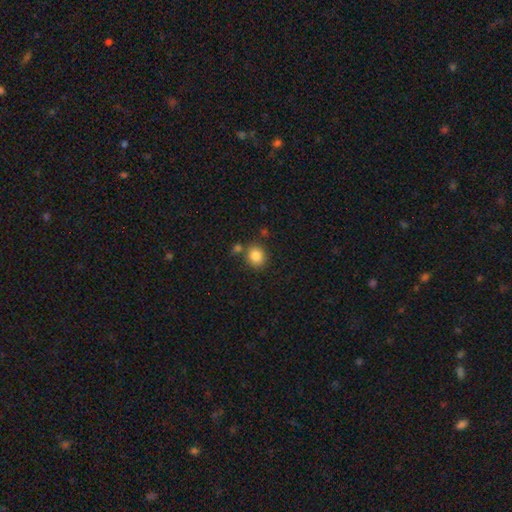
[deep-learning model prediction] smooth-or-featured: smooth: 86% | star or artifact: 10% | featured or disk: 5%
  how-rounded: round: 74% | in between: 25% | cigar-shaped: 1%
  merging: none: 75% | merger: 11% | minor disturbance: 11% | major disturbance: 3%